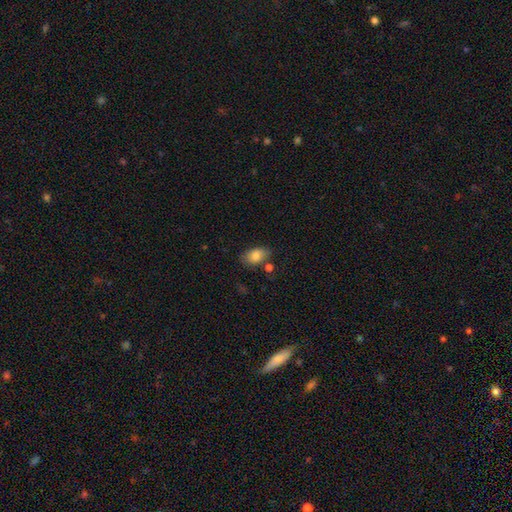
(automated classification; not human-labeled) This is clearly a smooth galaxy (81%). How rounded: clearly in between (89%). Merging: likely none (69%).